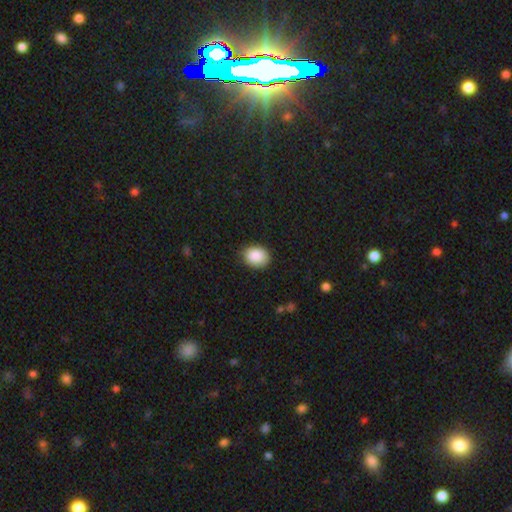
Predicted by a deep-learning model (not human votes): Smooth or featured?
  - smooth: 88% *
  - star or artifact: 8%
  - featured or disk: 4%
How rounded?
  - in between: 58% *
  - round: 42%
  - cigar-shaped: 1%
Merging?
  - none: 84% *
  - minor disturbance: 13%
  - major disturbance: 2%
  - merger: 1%